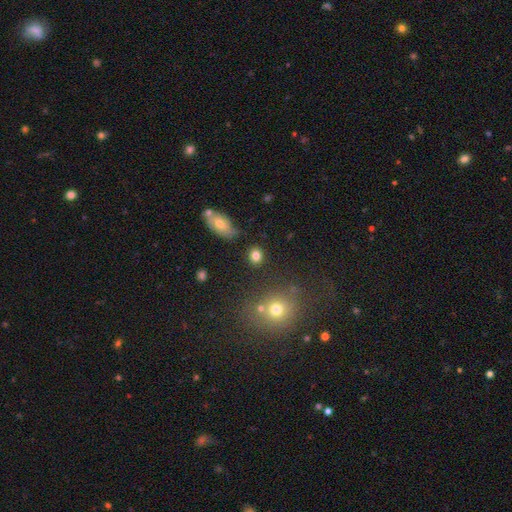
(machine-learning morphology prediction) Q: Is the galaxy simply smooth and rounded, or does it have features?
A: smooth — 82%.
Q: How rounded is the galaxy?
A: round — 70%.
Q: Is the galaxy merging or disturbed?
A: none — 83%.